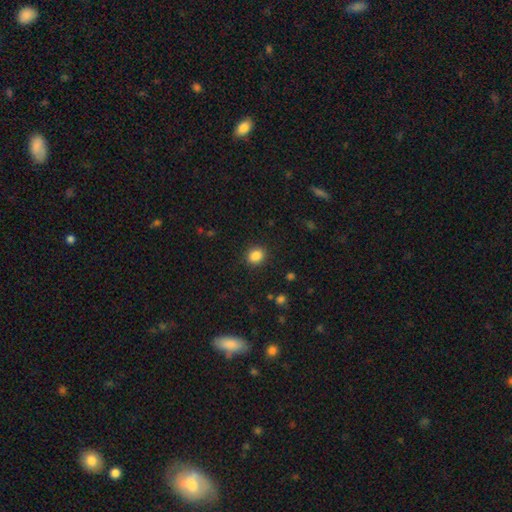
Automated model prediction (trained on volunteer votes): Smooth or featured: smooth — 86% (star or artifact — 10%)
How rounded: round — 71% (in between — 28%)
Merging: none — 90% (minor disturbance — 7%)